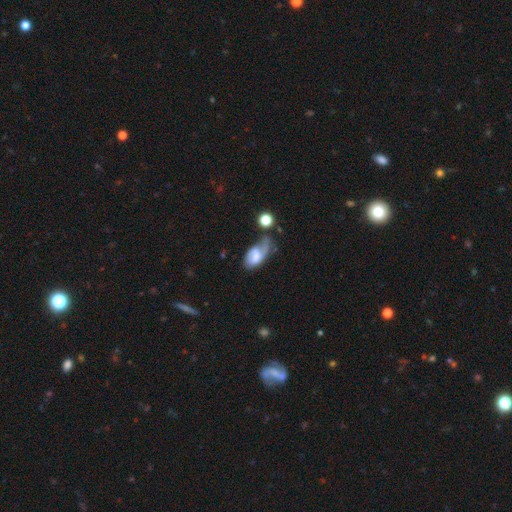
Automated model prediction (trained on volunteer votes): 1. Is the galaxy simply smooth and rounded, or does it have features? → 47% featured or disk, 45% smooth, 8% star or artifact.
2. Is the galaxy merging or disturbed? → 35% major disturbance, 28% minor disturbance, 26% none, 12% merger.